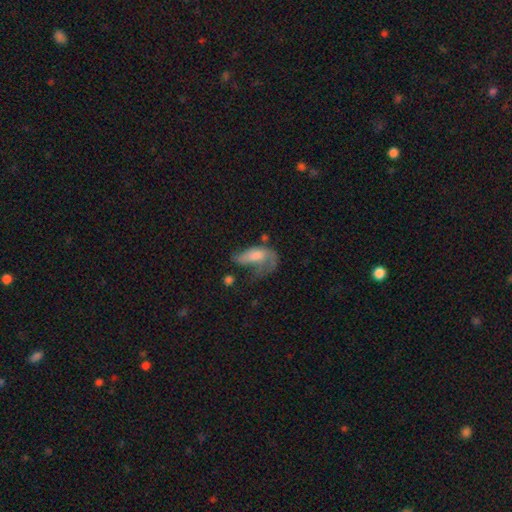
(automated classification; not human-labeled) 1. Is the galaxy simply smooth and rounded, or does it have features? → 48% featured or disk, 43% smooth, 10% star or artifact.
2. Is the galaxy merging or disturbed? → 52% major disturbance, 22% none, 19% minor disturbance, 7% merger.